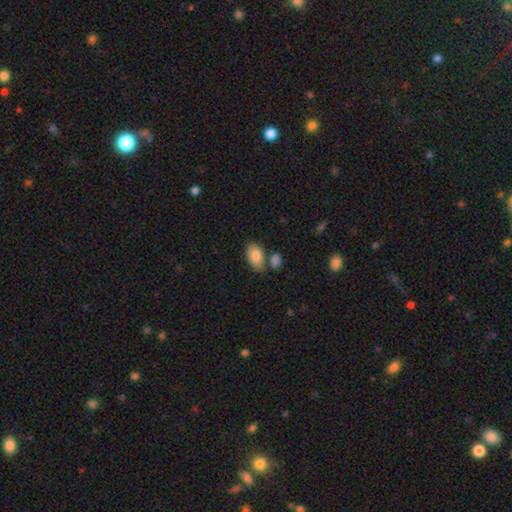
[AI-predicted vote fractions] A smooth galaxy with no disk features (85%) that is in between round and cigar-shaped (91%). Merging: none (59%).